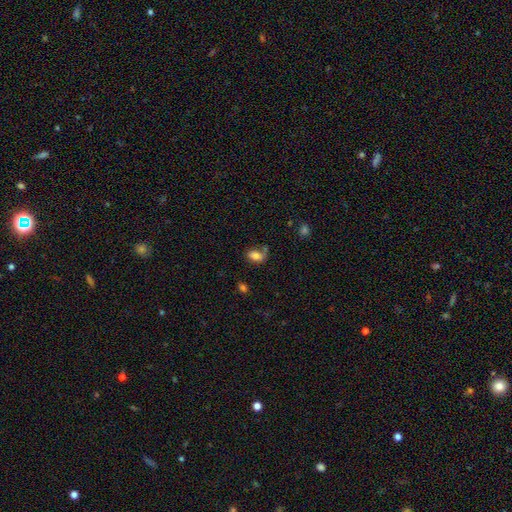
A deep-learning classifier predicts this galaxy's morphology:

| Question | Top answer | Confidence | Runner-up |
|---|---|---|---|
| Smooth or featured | smooth | 76% | featured or disk (14%) |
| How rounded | in between | 86% | round (12%) |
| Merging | none | 47% | minor disturbance (23%) |